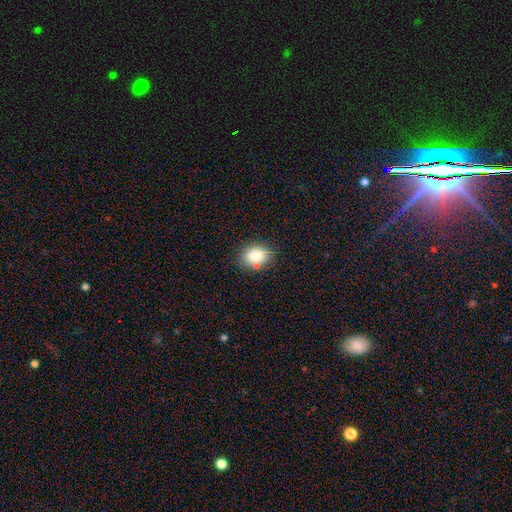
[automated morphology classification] Smooth or featured? smooth (78%)
How rounded? in between (57%)
Merging? none (73%)